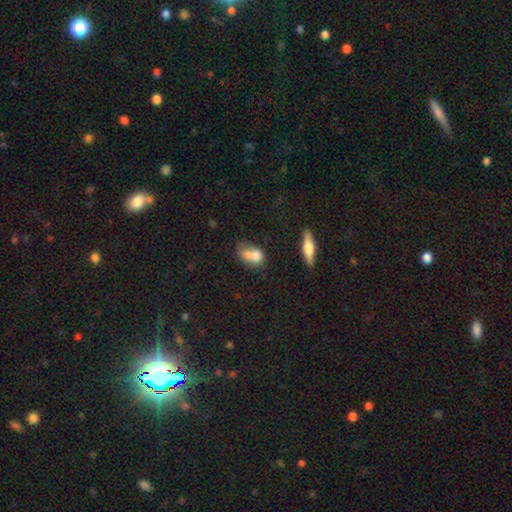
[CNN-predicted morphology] Smooth or featured: smooth — 68% (featured or disk — 22%)
How rounded: in between — 71% (round — 24%)
Merging: merger — 48% (none — 26%)